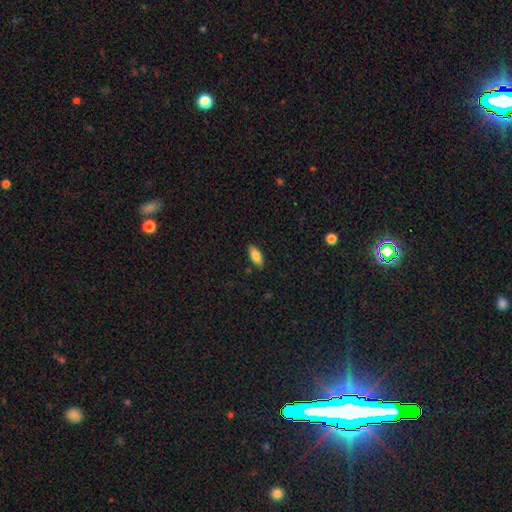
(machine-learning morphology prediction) A smooth galaxy with no disk features (81%) that is in between round and cigar-shaped (86%). Merging: none (87%).